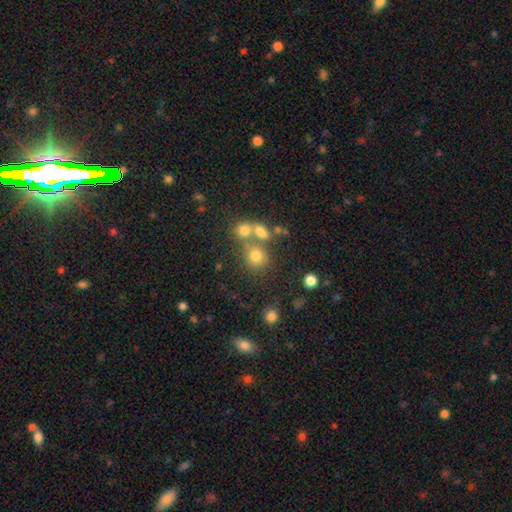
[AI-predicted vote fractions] Q: Smooth or featured?
A: smooth (72%); runner-up: star or artifact (16%)
Q: How rounded?
A: round (78%); runner-up: in between (21%)
Q: Merging?
A: none (51%); runner-up: merger (33%)